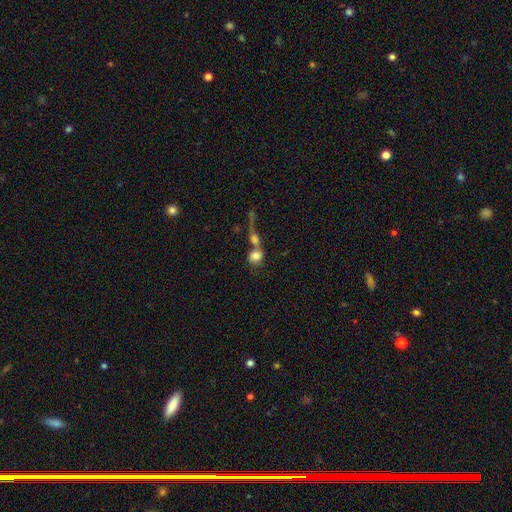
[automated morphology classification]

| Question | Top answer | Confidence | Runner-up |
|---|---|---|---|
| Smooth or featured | smooth | 77% | featured or disk (14%) |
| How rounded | round | 69% | in between (28%) |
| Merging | merger | 62% | none (22%) |